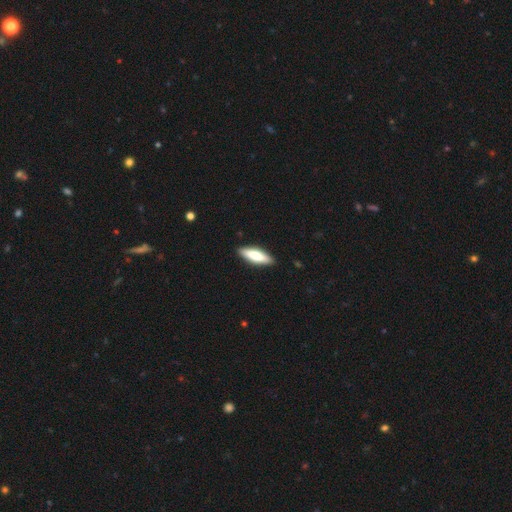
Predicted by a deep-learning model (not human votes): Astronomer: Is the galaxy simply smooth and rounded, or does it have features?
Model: smooth — 73%.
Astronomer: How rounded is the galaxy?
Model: cigar-shaped — 52% (runner-up: in between, 47%).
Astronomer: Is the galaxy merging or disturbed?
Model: none — 90%.